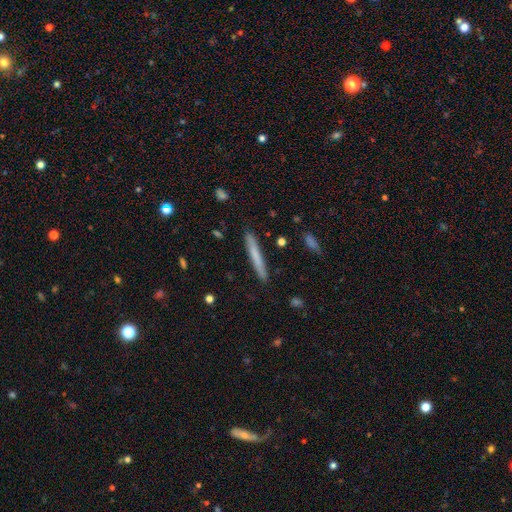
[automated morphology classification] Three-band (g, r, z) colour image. It shows a smooth galaxy with no disk features (69%) that is cigar-shaped (96%). Merging: none (90%).